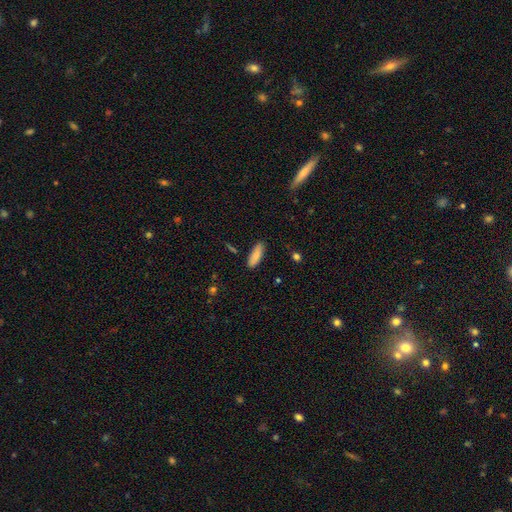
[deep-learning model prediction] Smooth or featured? smooth (84%)
How rounded? in between (65%)
Merging? none (86%)